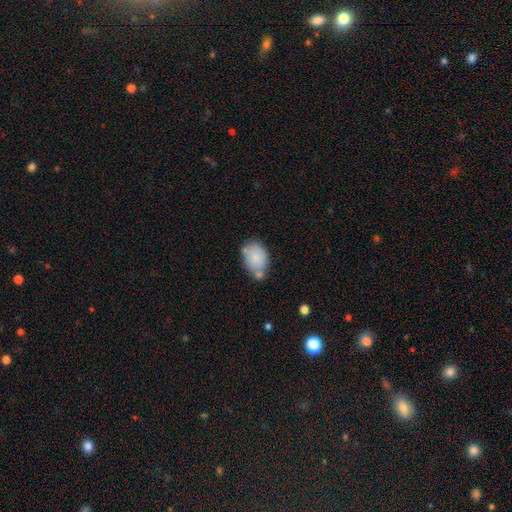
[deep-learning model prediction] smooth_or_featured: smooth (p=0.80) [alt: featured or disk p=0.13]
how_rounded: in between (p=0.79) [alt: round p=0.20]
merging: none (p=0.48) [alt: minor disturbance p=0.24]